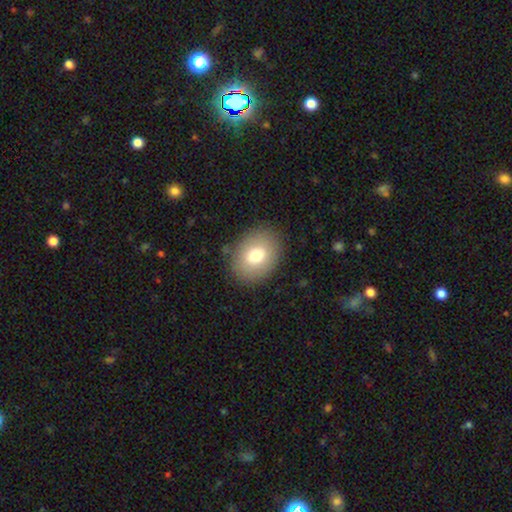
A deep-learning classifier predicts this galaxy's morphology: Smooth or featured: smooth — 75% (featured or disk — 16%)
How rounded: in between — 58% (round — 41%)
Merging: none — 86% (minor disturbance — 9%)